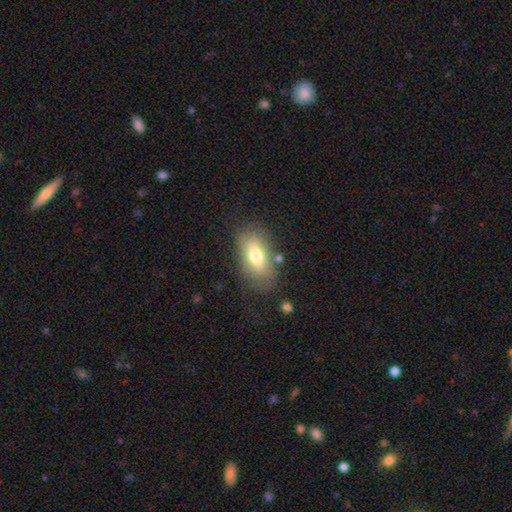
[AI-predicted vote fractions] smooth_or_featured: smooth (p=0.73) [alt: featured or disk p=0.19]
how_rounded: in between (p=0.88) [alt: round p=0.06]
merging: none (p=0.75) [alt: minor disturbance p=0.16]